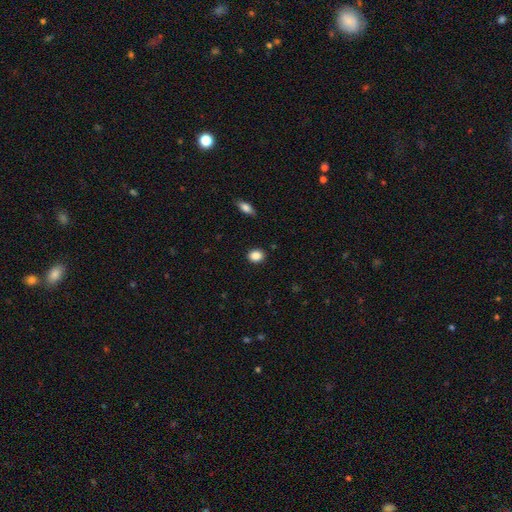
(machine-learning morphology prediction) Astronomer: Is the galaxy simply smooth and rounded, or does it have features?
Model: smooth — 88%.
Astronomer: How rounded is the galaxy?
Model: round — 51% (runner-up: in between, 48%).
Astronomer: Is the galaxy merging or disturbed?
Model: none — 89%.